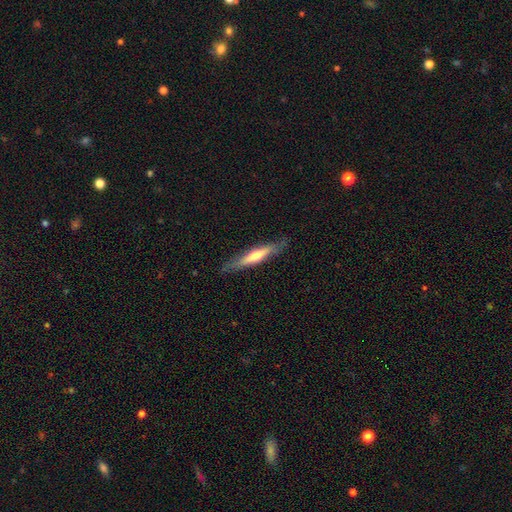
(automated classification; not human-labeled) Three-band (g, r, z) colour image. It shows a featured or disk galaxy (51%) viewed edge-on (89%). Merging: none (81%).